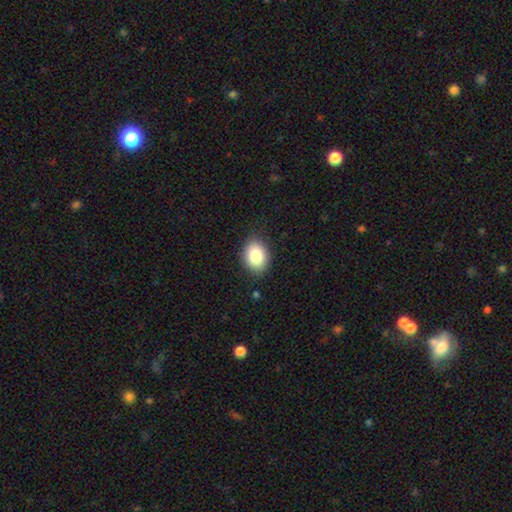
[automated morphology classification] Smooth or featured: smooth — 82% (featured or disk — 9%)
How rounded: in between — 66% (round — 33%)
Merging: none — 84% (minor disturbance — 12%)